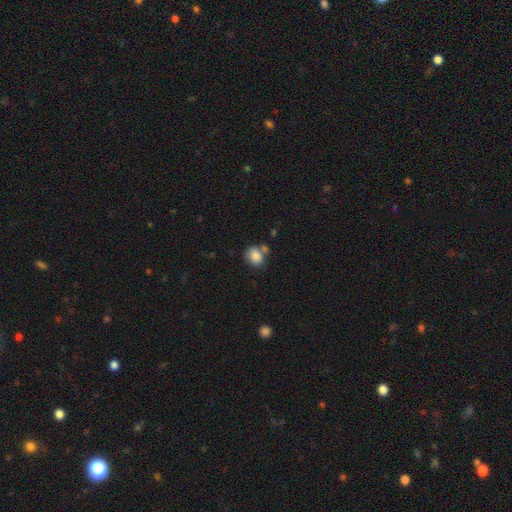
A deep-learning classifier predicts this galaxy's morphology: type=smooth (85%); roundness=round (53%); merging=none (58%).